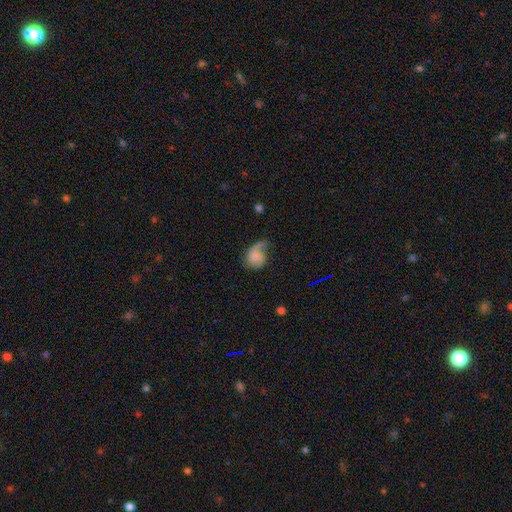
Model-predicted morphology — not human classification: smooth 50%, featured or disk 42%, star or artifact 8%. Down the decision tree: how rounded — in between (50%); merging — major disturbance (36%).